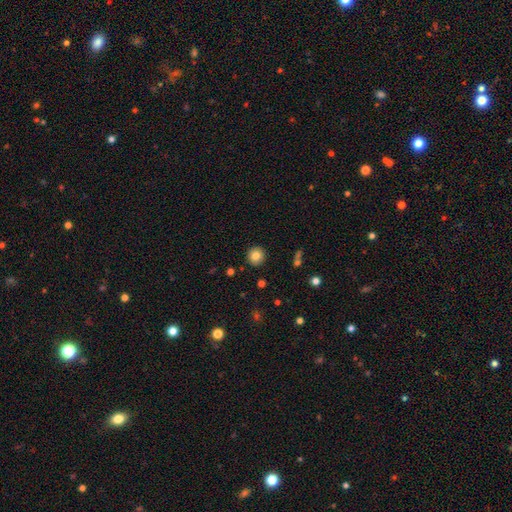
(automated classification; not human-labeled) Smooth or featured: smooth — 83% (star or artifact — 9%)
How rounded: round — 93% (in between — 6%)
Merging: none — 91% (minor disturbance — 6%)